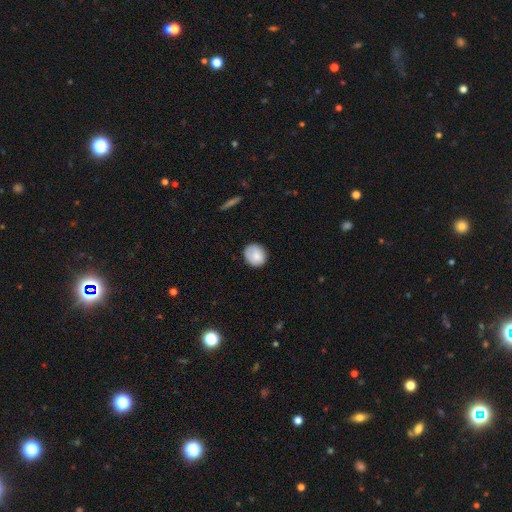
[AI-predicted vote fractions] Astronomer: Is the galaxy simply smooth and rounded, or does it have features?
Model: smooth — 85%.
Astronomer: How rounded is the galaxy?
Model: round — 72%.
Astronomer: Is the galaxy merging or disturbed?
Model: none — 78%.